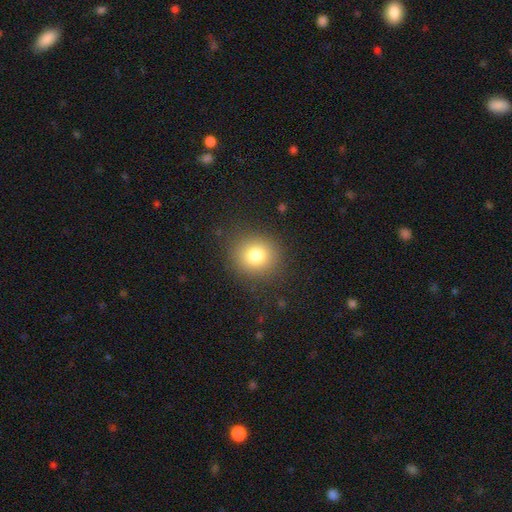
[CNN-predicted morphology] smooth-or-featured: smooth: 78% | star or artifact: 13% | featured or disk: 9%
  how-rounded: round: 88% | in between: 11% | cigar-shaped: 1%
  merging: none: 87% | minor disturbance: 8% | major disturbance: 4% | merger: 1%